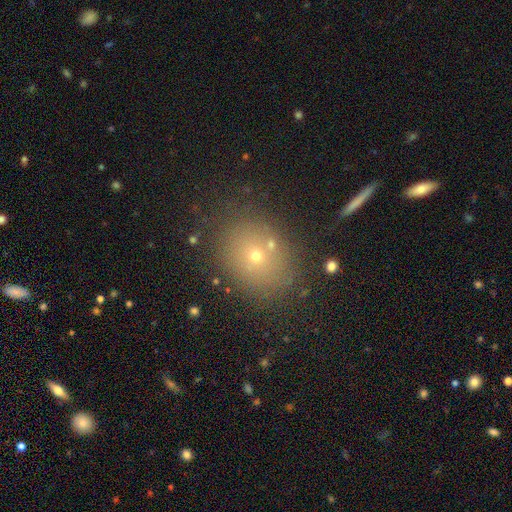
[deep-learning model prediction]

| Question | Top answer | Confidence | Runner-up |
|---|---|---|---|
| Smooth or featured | smooth | 62% | star or artifact (22%) |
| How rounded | round | 57% | in between (42%) |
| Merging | none | 77% | minor disturbance (10%) |